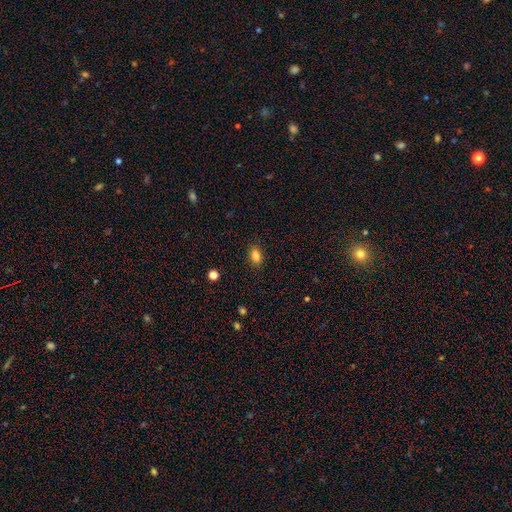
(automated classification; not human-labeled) Smooth or featured? smooth (84%)
How rounded? in between (85%)
Merging? none (87%)